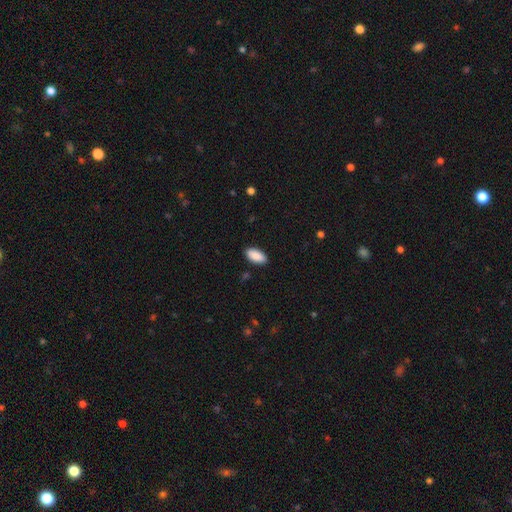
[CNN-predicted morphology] This appears to be a smooth galaxy with no disk features (90%) that is in between round and cigar-shaped (92%). Merging: none (89%).